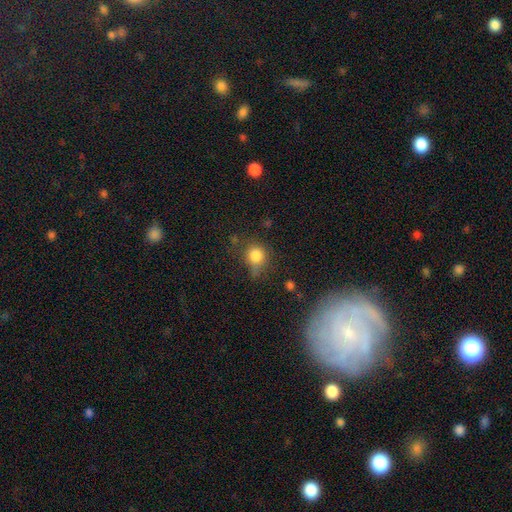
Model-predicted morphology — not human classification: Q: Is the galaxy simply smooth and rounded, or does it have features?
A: smooth — 81%.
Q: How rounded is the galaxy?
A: round — 82%.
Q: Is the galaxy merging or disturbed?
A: none — 58%.